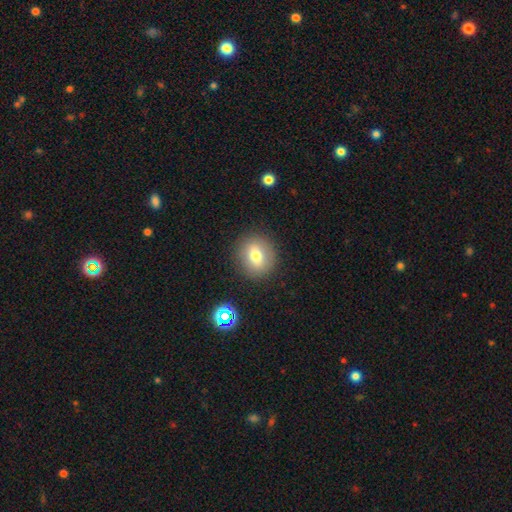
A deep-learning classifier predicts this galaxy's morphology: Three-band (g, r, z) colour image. It shows a smooth galaxy with no disk features (71%) that is round (79%). Merging: none (87%).